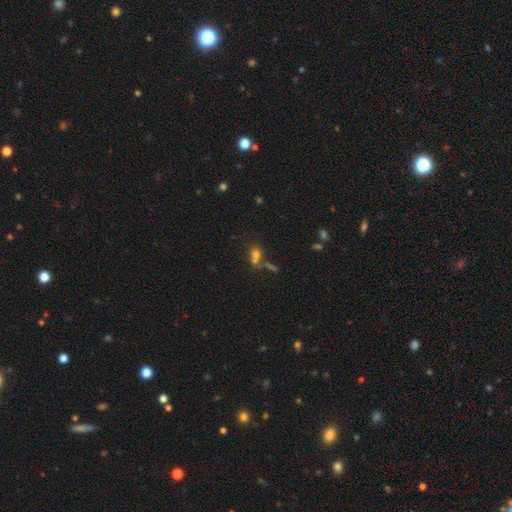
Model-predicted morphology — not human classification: smooth 61%, star or artifact 21%, featured or disk 18%. Down the decision tree: how rounded — in between (49%); merging — merger (46%).